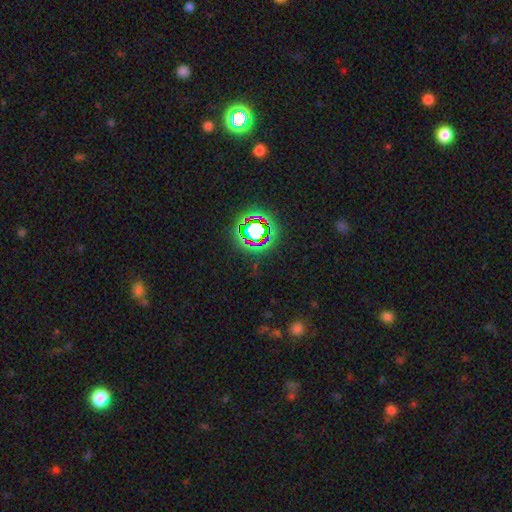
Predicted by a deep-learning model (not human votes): The model was most divided on "smooth or featured": star or artifact: 77%, smooth: 14%, featured or disk: 9%.